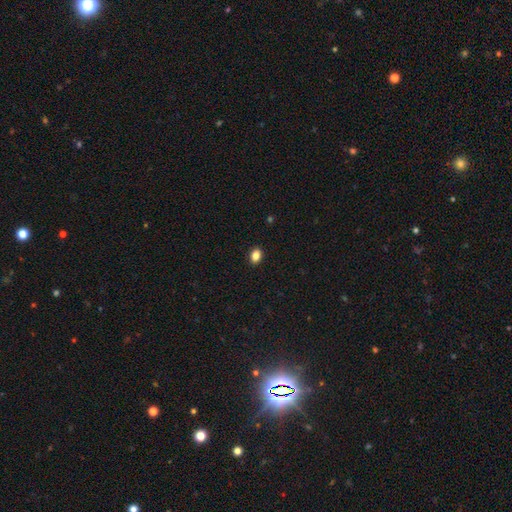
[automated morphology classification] smooth 86%, star or artifact 10%, featured or disk 4%. Down the decision tree: how rounded — in between (72%); merging — none (91%).